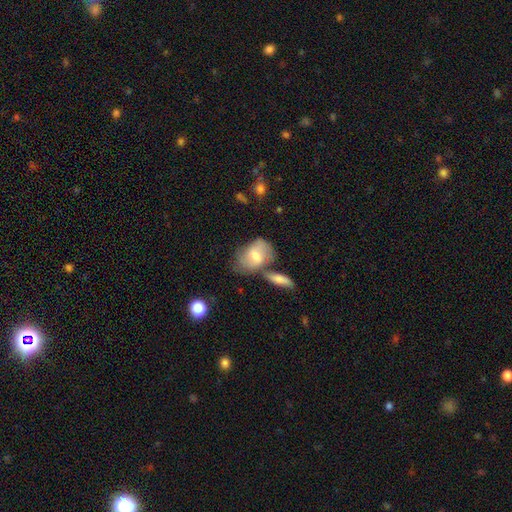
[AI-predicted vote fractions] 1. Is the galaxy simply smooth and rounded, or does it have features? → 51% smooth, 42% featured or disk, 7% star or artifact.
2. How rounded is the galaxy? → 80% in between, 17% round, 3% cigar-shaped.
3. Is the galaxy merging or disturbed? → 45% none, 28% merger, 19% minor disturbance, 8% major disturbance.